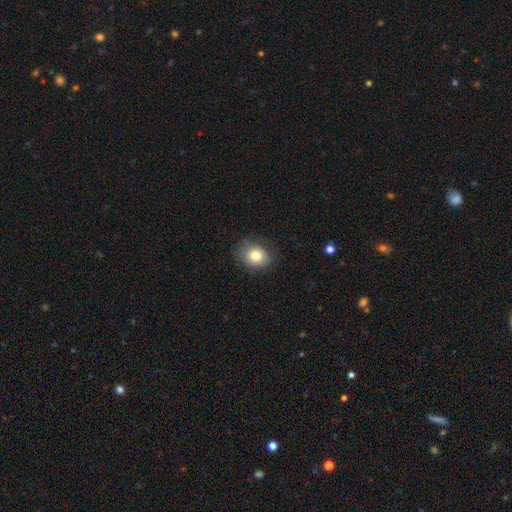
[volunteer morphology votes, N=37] Q: Smooth or featured?
A: smooth (89%); runner-up: star or artifact (8%)
Q: How rounded?
A: round (55%); runner-up: in between (45%)
Q: Merging?
A: none (68%); runner-up: minor disturbance (18%)